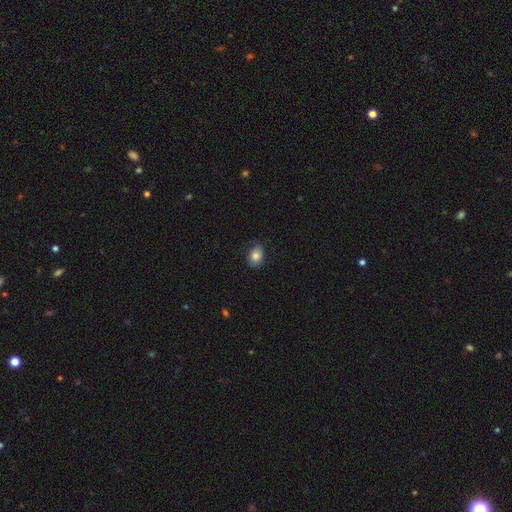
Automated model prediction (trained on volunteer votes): Overall: smooth (84%). How rounded: in between (69%; round 30%). Merging: none (77%).